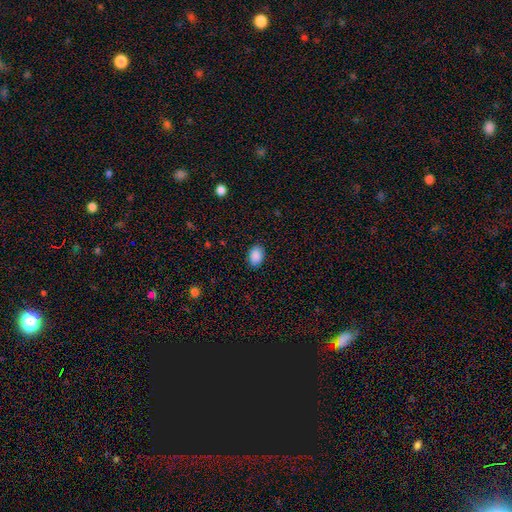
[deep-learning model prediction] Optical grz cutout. It shows a smooth galaxy with no disk features (88%) that is in between round and cigar-shaped (71%). Merging: none (86%).